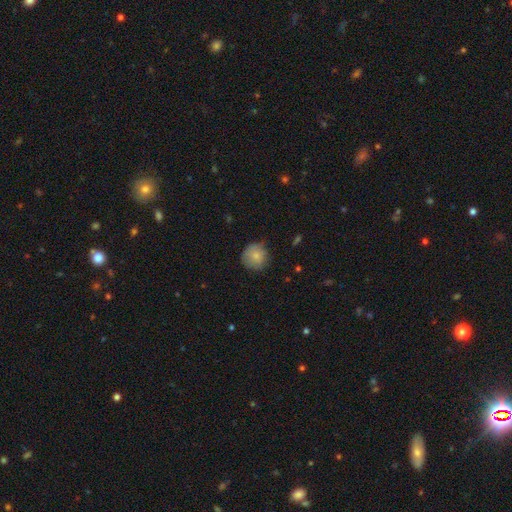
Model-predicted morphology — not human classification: type=smooth (81%); roundness=round (92%); merging=none (76%).